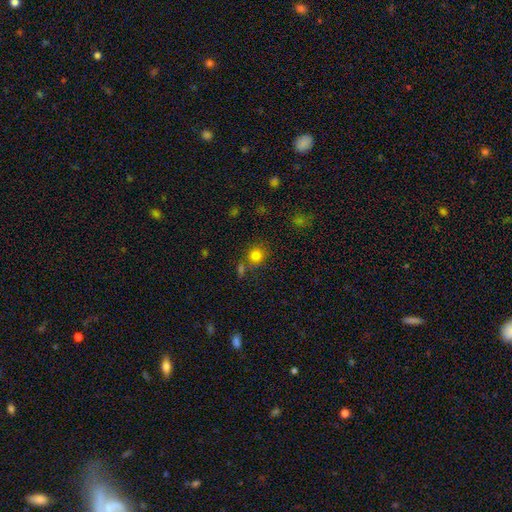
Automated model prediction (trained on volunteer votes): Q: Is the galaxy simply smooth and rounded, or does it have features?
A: smooth — 81%.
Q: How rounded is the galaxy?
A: round — 84%.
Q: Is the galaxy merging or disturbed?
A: none — 69%.